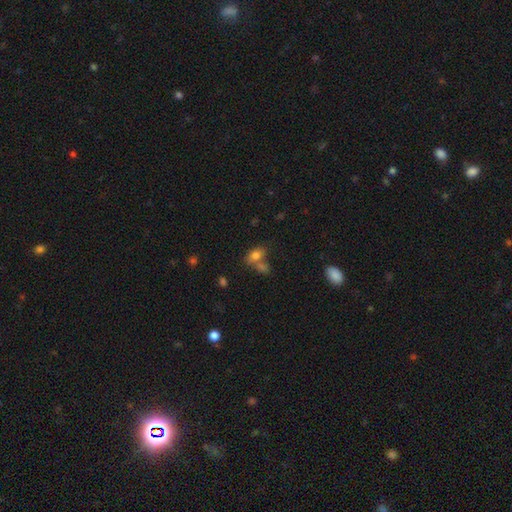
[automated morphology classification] The model was most divided on "smooth or featured": smooth: 41%, star or artifact: 38%, featured or disk: 21%. Remaining: merging — none (50%).